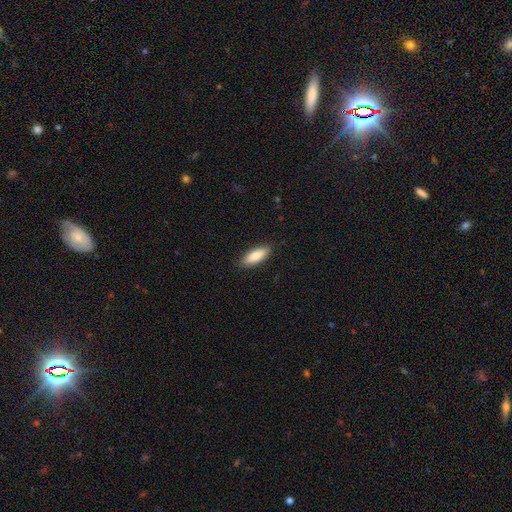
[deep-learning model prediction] A smooth galaxy with no disk features (85%) that is in between round and cigar-shaped (65%).

Vote fractions:
- Smooth or featured? smooth: 85% / featured or disk: 10% / star or artifact: 6%
- How rounded? in between: 65% / cigar-shaped: 33% / round: 2%
- Merging? none: 88% / minor disturbance: 9% / major disturbance: 2% / merger: 1%